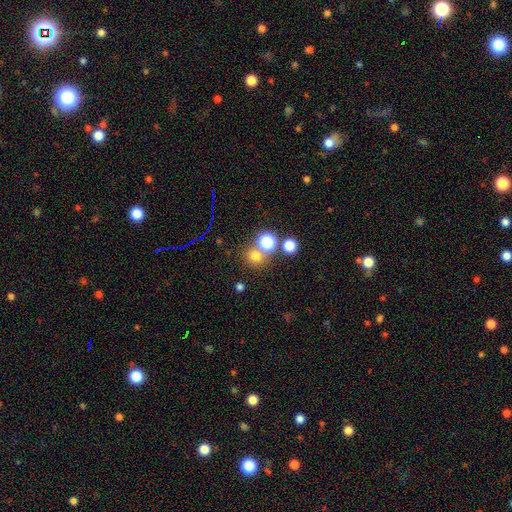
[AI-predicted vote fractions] A smooth galaxy with no disk features (68%) that is round (85%).

Vote fractions:
- Smooth or featured? smooth: 68% / star or artifact: 25% / featured or disk: 7%
- How rounded? round: 85% / in between: 14% / cigar-shaped: 1%
- Merging? none: 69% / merger: 20% / minor disturbance: 7% / major disturbance: 3%